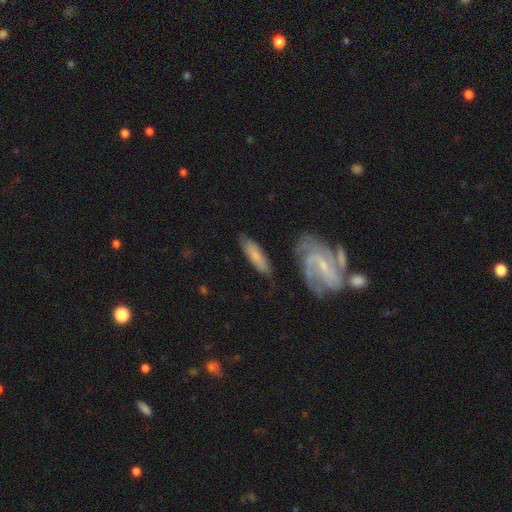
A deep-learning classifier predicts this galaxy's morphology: Smooth or featured? smooth (58%)
How rounded? cigar-shaped (57%)
Merging? none (71%)